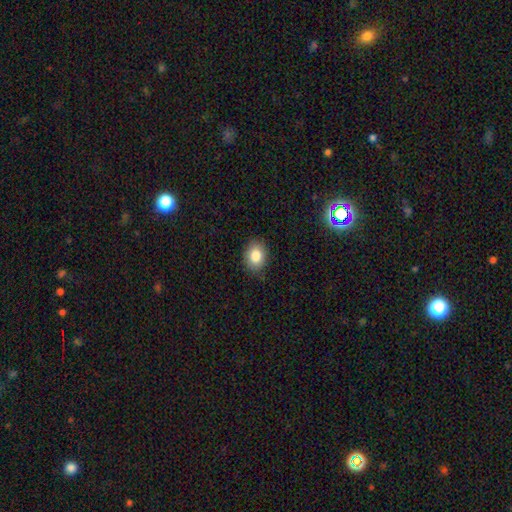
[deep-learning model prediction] The model was most divided on "how rounded": in between: 64%, round: 35%, cigar-shaped: 1%. More confident: merging — none (83%); smooth or featured — smooth (83%).